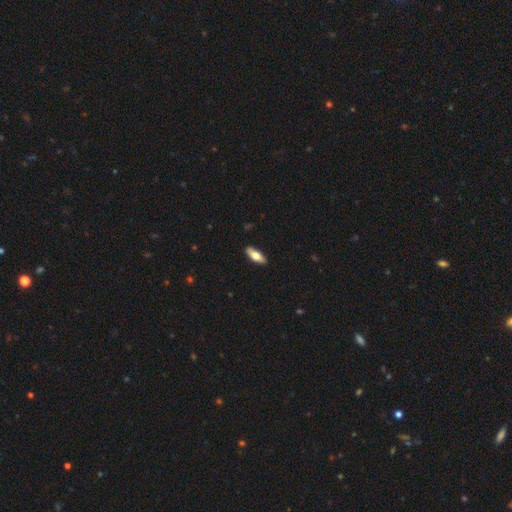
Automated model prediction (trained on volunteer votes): smooth-or-featured: smooth: 68% | featured or disk: 27% | star or artifact: 6%
  how-rounded: in between: 67% | cigar-shaped: 30% | round: 2%
  merging: none: 89% | minor disturbance: 8% | major disturbance: 2% | merger: 1%